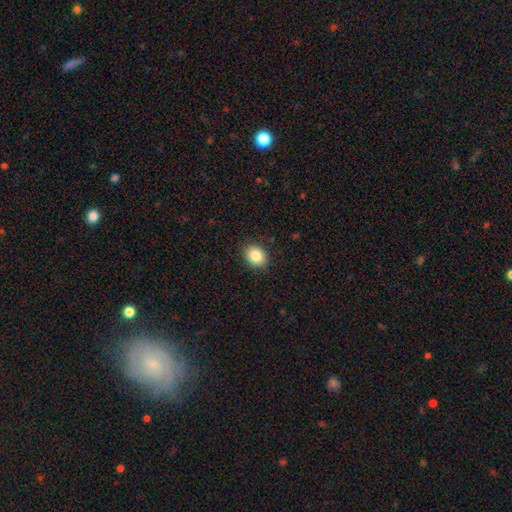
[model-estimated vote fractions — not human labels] Smooth or featured: smooth — 85% (star or artifact — 9%)
How rounded: in between — 51% (round — 48%)
Merging: none — 88% (minor disturbance — 8%)